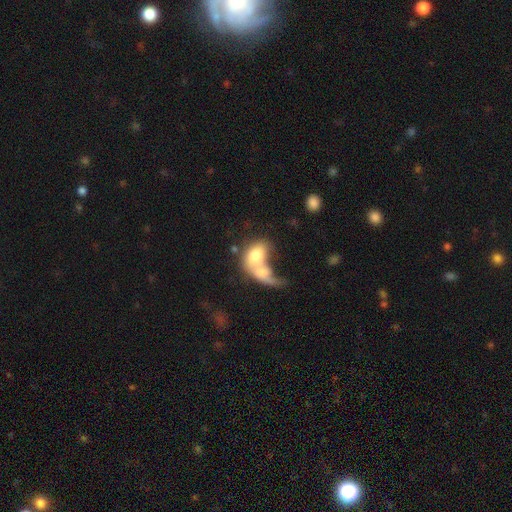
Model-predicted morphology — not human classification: This is likely a smooth galaxy (64%). How rounded: likely in between (77%). Merging: likely merger (72%).